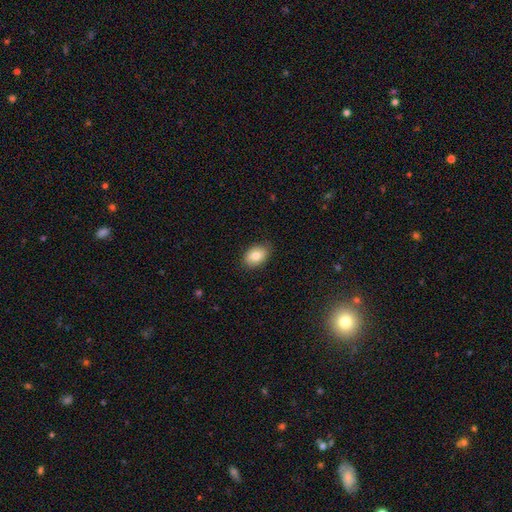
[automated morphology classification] A smooth galaxy with no disk features (81%) that is in between round and cigar-shaped (78%). Merging: none (84%).